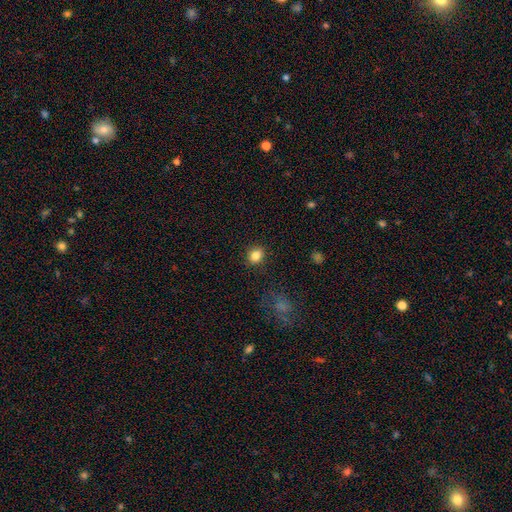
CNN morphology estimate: Overall: smooth (84%). How rounded: round (57%; in between 42%). Merging: none (88%).